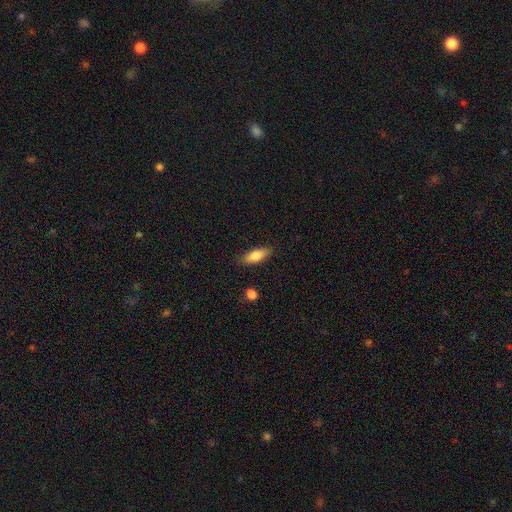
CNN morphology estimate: This is likely a smooth galaxy (77%). How rounded: likely in between (71%). Merging: clearly none (85%).